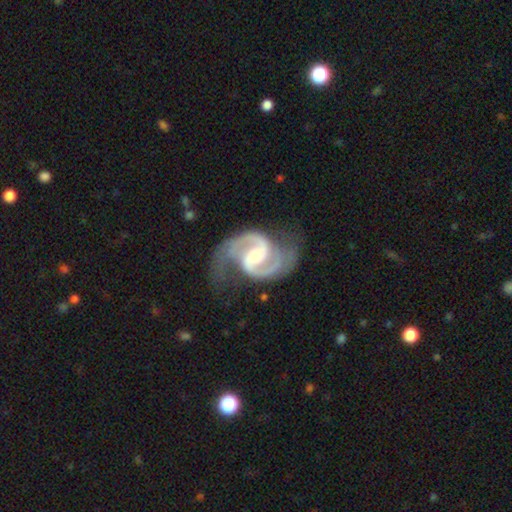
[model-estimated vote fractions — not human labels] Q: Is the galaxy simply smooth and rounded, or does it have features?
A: featured or disk — 94%.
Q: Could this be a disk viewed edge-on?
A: no — 98%.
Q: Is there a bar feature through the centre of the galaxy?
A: weak — 48%.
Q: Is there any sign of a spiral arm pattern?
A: yes — 99%.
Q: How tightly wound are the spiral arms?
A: medium — 65%.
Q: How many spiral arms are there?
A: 2 — 94%.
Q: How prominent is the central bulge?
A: moderate — 60%.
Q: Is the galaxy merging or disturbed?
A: none — 69%.